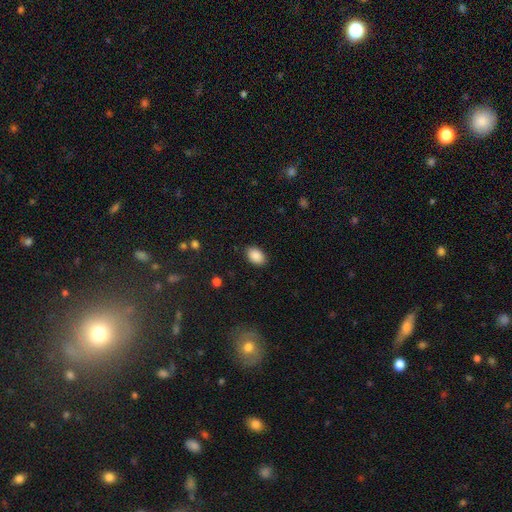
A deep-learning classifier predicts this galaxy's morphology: The model was most divided on "how rounded": in between: 85%, round: 14%, cigar-shaped: 1%. More confident: smooth or featured — smooth (89%); merging — none (88%).